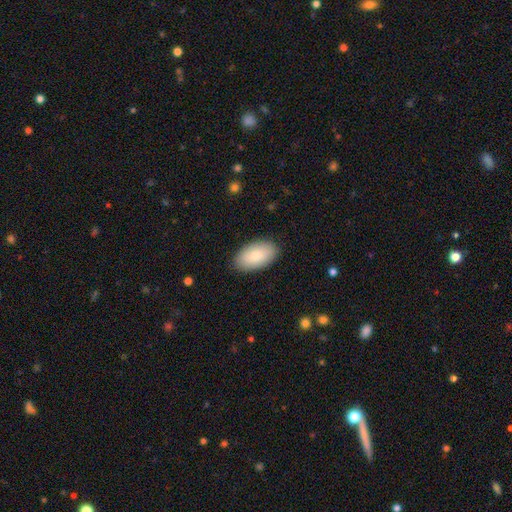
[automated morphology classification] A smooth galaxy with no disk features (82%) that is in between round and cigar-shaped (95%). Merging: none (87%).